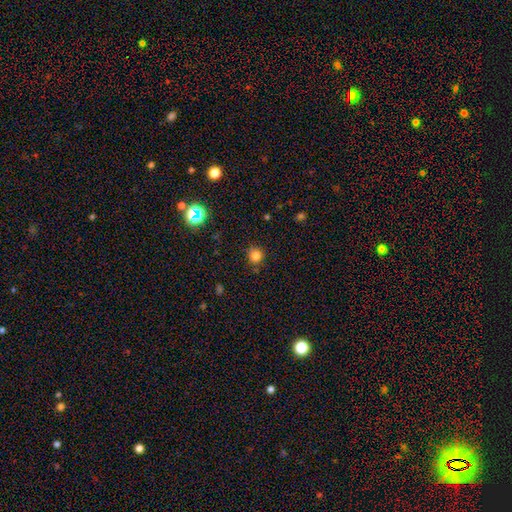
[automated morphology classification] smooth_or_featured: smooth (p=0.80) [alt: star or artifact p=0.15]
how_rounded: round (p=0.89) [alt: in between p=0.10]
merging: none (p=0.84) [alt: minor disturbance p=0.11]